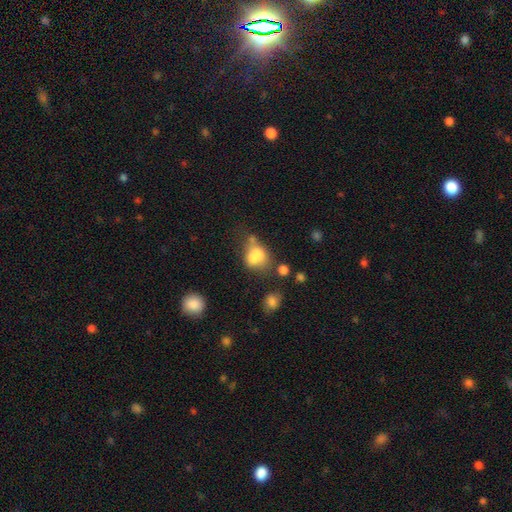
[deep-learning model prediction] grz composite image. It shows a smooth galaxy with no disk features (64%) that is in between round and cigar-shaped (55%). Merging: merger (48%).